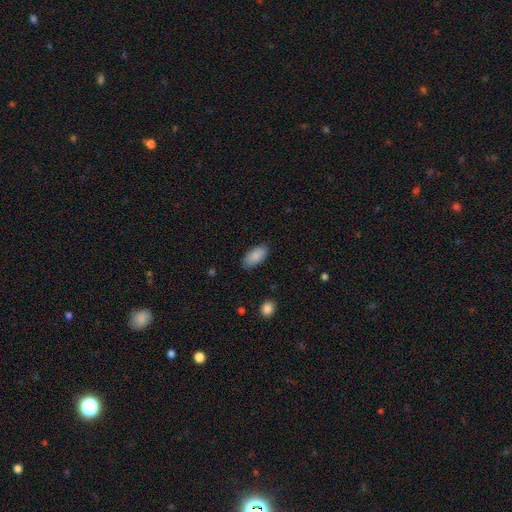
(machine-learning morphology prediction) This is clearly a smooth galaxy (89%). How rounded: clearly in between (92%). Merging: clearly none (85%).